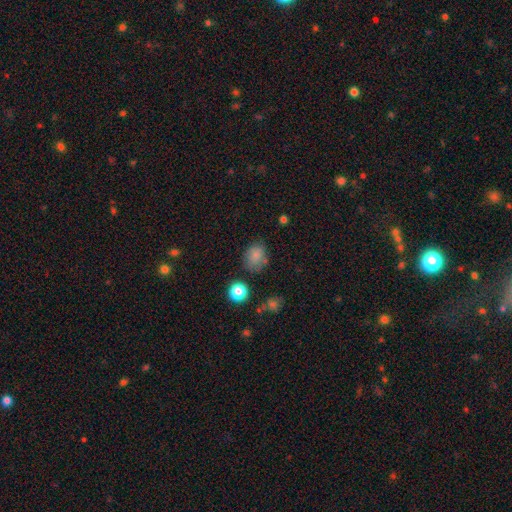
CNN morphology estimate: A smooth galaxy with no disk features (79%) that is round (51%).

Vote fractions:
- Smooth or featured? smooth: 79% / star or artifact: 13% / featured or disk: 8%
- How rounded? round: 51% / in between: 48% / cigar-shaped: 1%
- Merging? none: 68% / minor disturbance: 21% / major disturbance: 6% / merger: 4%